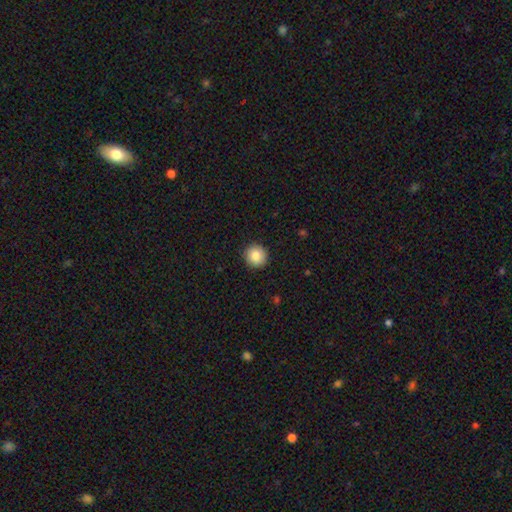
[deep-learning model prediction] smooth-or-featured: smooth: 84% | star or artifact: 8% | featured or disk: 7%
  how-rounded: round: 93% | in between: 6% | cigar-shaped: 1%
  merging: none: 92% | minor disturbance: 6% | major disturbance: 2% | merger: 1%